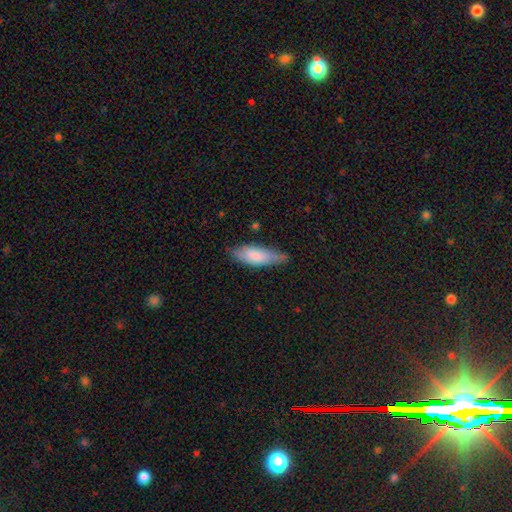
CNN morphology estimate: Q: Smooth or featured?
A: smooth (76%); runner-up: featured or disk (18%)
Q: How rounded?
A: in between (59%); runner-up: cigar-shaped (39%)
Q: Merging?
A: none (66%); runner-up: minor disturbance (27%)